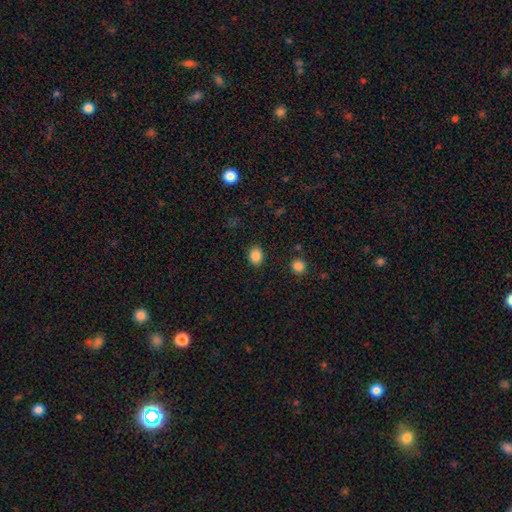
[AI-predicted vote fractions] This is clearly a smooth galaxy (86%). How rounded: possibly round (54%). Merging: clearly none (88%).